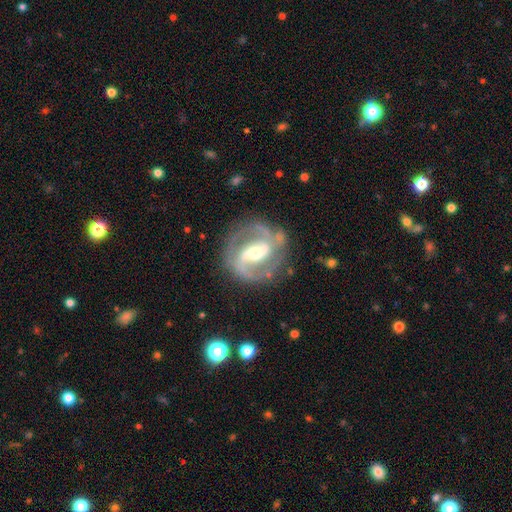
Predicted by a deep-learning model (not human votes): featured or disk 88%, smooth 7%, star or artifact 5%. Down the decision tree: edge-on disk — no (97%); bar — strong (45%); spiral arms — yes (95%); spiral arm count — 2 (86%); spiral winding — medium (51%); bulge size — moderate (57%); merging — none (78%).